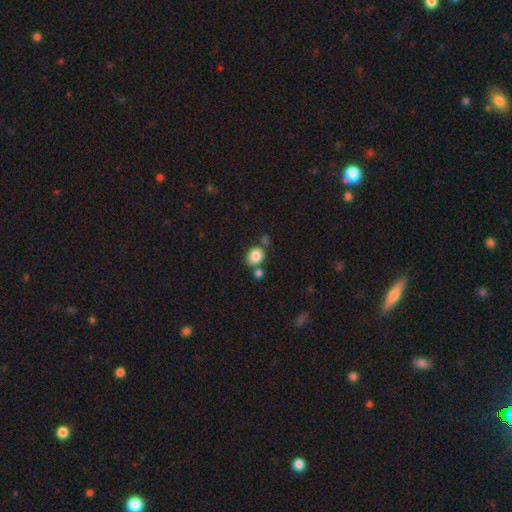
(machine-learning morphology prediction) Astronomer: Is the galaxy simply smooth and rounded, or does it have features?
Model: smooth — 85%.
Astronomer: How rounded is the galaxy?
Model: in between — 52% (runner-up: round, 47%).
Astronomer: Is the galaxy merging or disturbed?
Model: none — 66%.